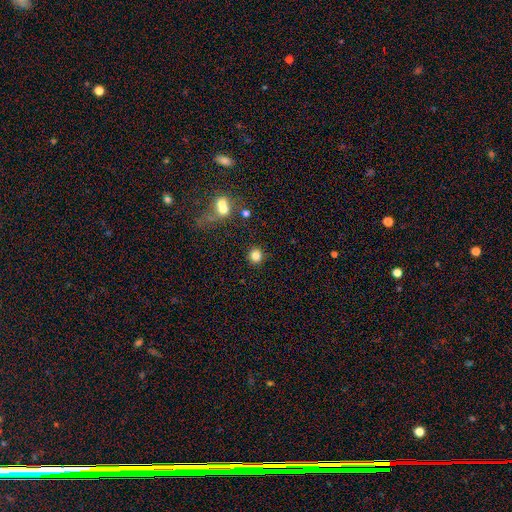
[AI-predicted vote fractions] smooth 82%, star or artifact 12%, featured or disk 6%. Down the decision tree: how rounded — round (90%); merging — none (87%).